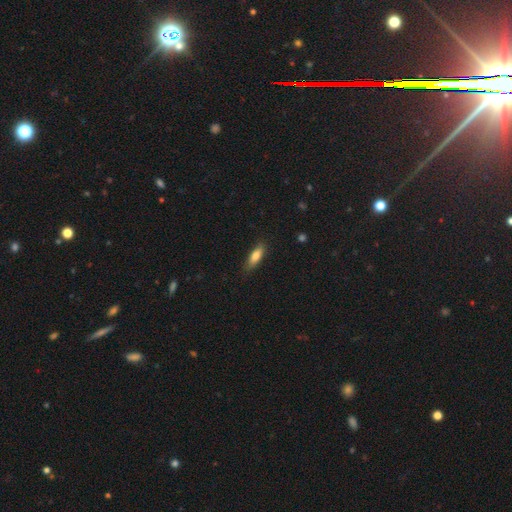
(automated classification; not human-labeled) A smooth galaxy with no disk features (78%) that is in between round and cigar-shaped (56%). Merging: none (79%).